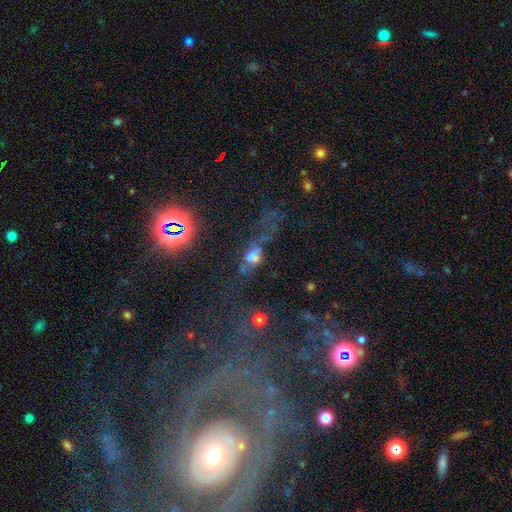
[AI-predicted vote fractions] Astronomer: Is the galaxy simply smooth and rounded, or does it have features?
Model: star or artifact — 38% (runner-up: smooth, 32%).